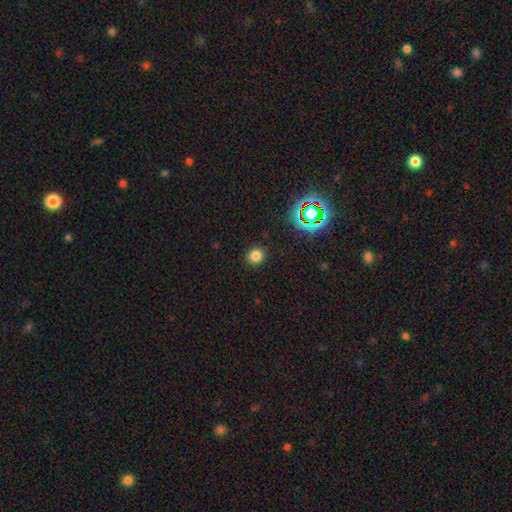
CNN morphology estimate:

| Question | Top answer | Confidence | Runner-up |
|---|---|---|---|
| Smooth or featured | smooth | 77% | star or artifact (18%) |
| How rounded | round | 84% | in between (15%) |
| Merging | none | 89% | minor disturbance (7%) |